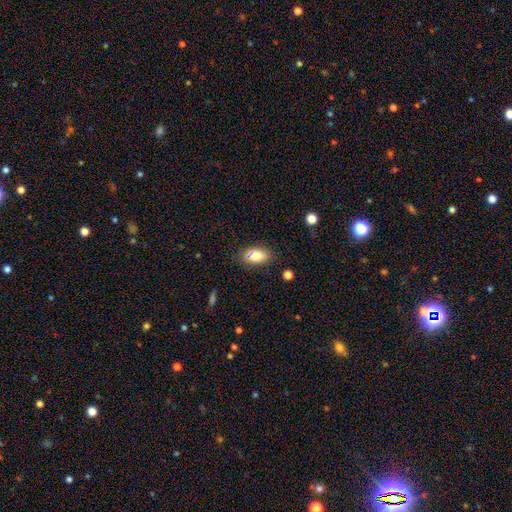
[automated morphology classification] Smooth or featured: smooth — 79% (featured or disk — 12%)
How rounded: in between — 87% (round — 10%)
Merging: none — 73% (minor disturbance — 16%)